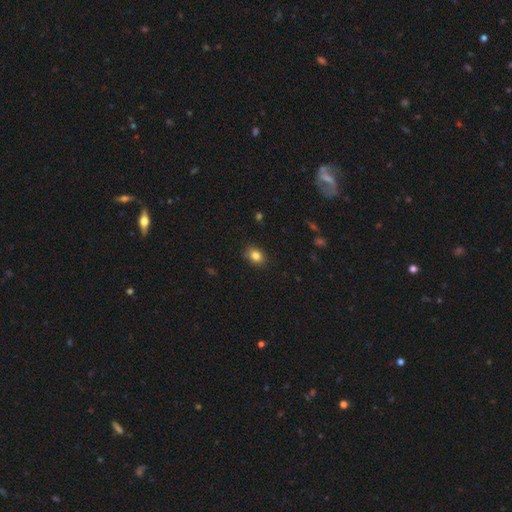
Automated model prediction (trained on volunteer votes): smooth 83%, star or artifact 10%, featured or disk 7%. Down the decision tree: how rounded — in between (67%); merging — none (86%).